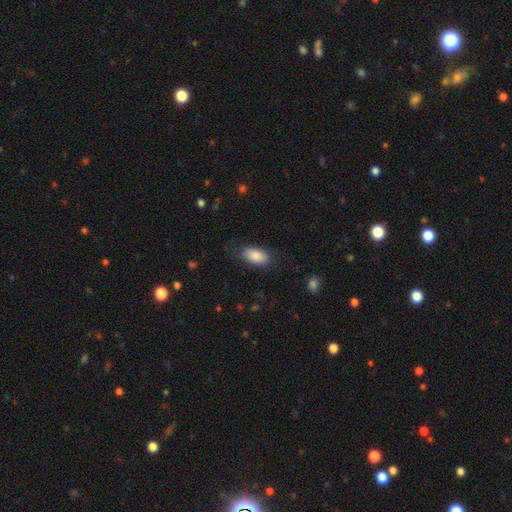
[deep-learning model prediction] Smooth or featured? Predicted: smooth (p=0.86). How rounded? Predicted: in between (p=0.93). Merging? Predicted: none (p=0.78).